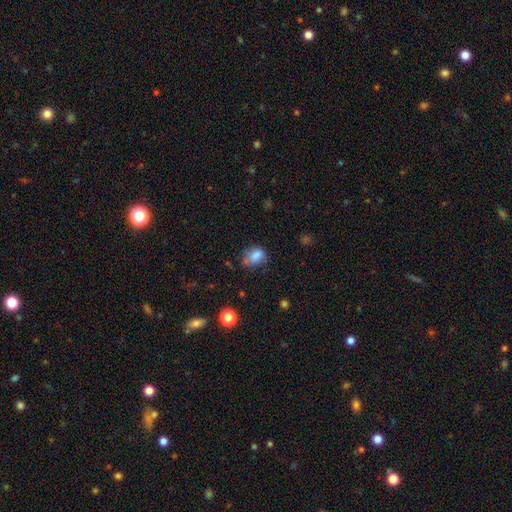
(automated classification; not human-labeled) Morphology: type=smooth (78%); roundness=in between (70%); merging=none (51%).